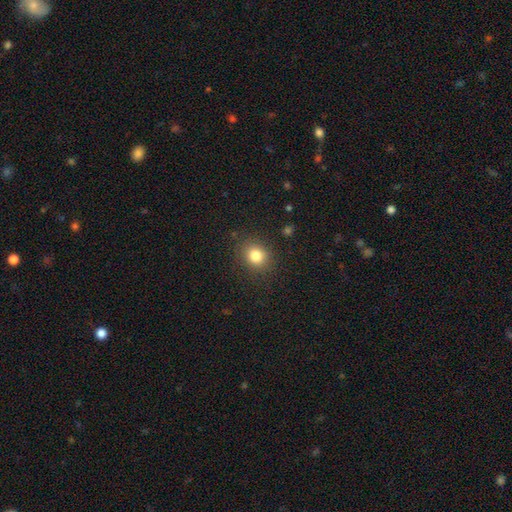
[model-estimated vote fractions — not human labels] Overall: smooth (82%). How rounded: round (70%). Merging: none (86%).